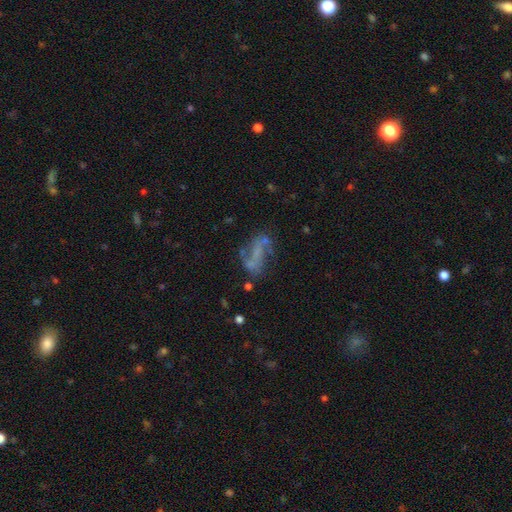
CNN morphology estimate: smooth_or_featured: featured or disk (p=0.58) [alt: smooth p=0.27]
disk_edge_on: no (p=0.93) [alt: yes p=0.07]
bar: no (p=0.59) [alt: weak p=0.25]
has_spiral_arms: yes (p=0.51) [alt: no p=0.49]
bulge_size: none (p=0.70) [alt: small p=0.18]
merging: none (p=0.44) [alt: major disturbance p=0.24]